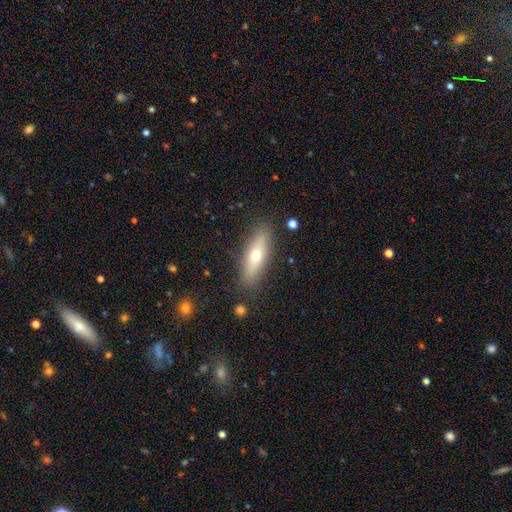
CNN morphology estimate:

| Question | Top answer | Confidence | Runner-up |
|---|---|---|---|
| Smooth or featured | smooth | 48% | featured or disk (45%) |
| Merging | none | 86% | minor disturbance (9%) |